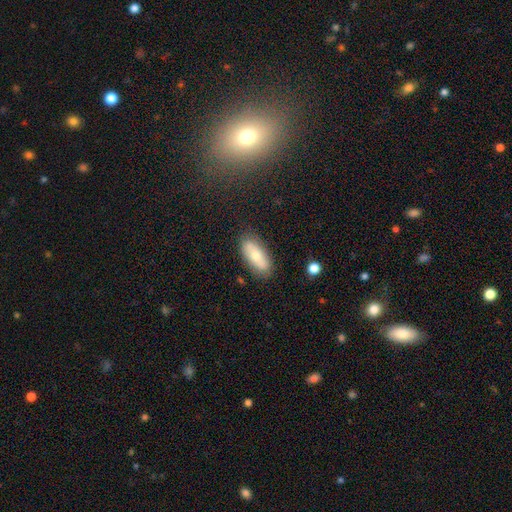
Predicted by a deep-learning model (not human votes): A smooth galaxy with no disk features (61%) that is in between round and cigar-shaped (82%).

Vote fractions:
- Smooth or featured? smooth: 61% / featured or disk: 33% / star or artifact: 6%
- How rounded? in between: 82% / cigar-shaped: 15% / round: 3%
- Merging? none: 81% / minor disturbance: 14% / major disturbance: 3% / merger: 2%